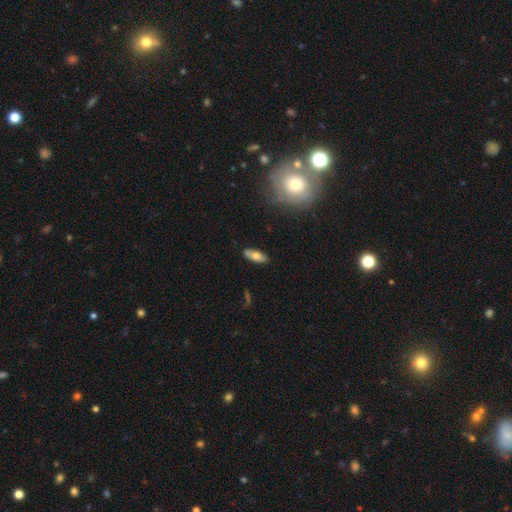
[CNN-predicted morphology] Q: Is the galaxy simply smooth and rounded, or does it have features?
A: smooth — 68%.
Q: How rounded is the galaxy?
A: in between — 82%.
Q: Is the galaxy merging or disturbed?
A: none — 86%.